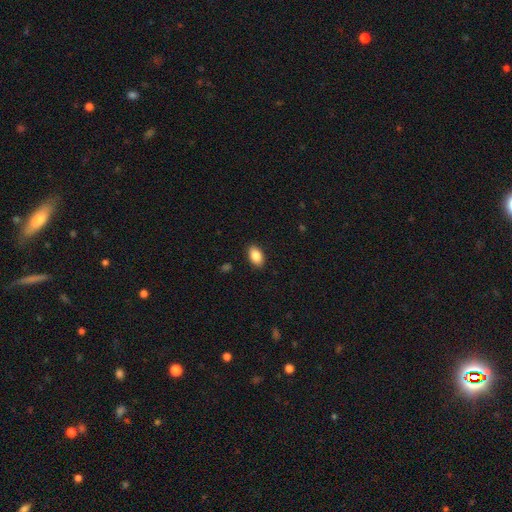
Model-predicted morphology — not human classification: Smooth or featured? smooth (86%)
How rounded? in between (91%)
Merging? none (89%)